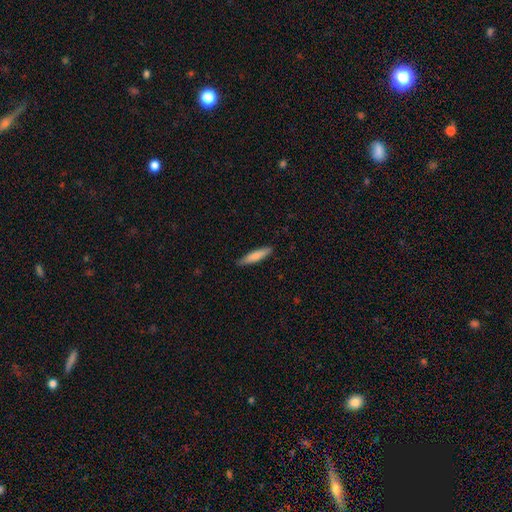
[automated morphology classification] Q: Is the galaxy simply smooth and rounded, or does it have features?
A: smooth — 76%.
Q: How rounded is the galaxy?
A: cigar-shaped — 85%.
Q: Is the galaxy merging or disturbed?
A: none — 86%.